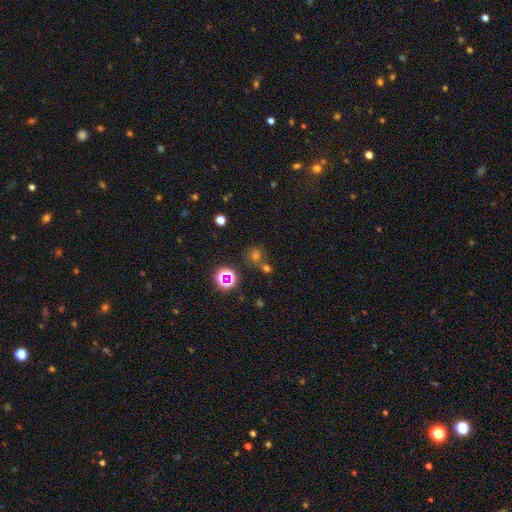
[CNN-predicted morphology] smooth 47%, star or artifact 44%, featured or disk 9%. Down the decision tree: merging — none (65%).